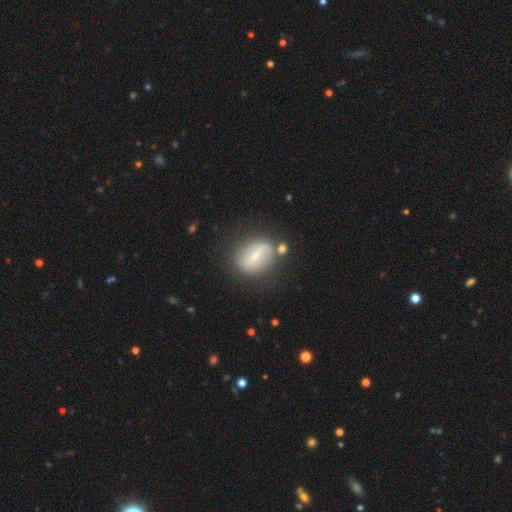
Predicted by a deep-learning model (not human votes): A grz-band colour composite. It shows a featured or disk galaxy (58%). Merging: none (71%).